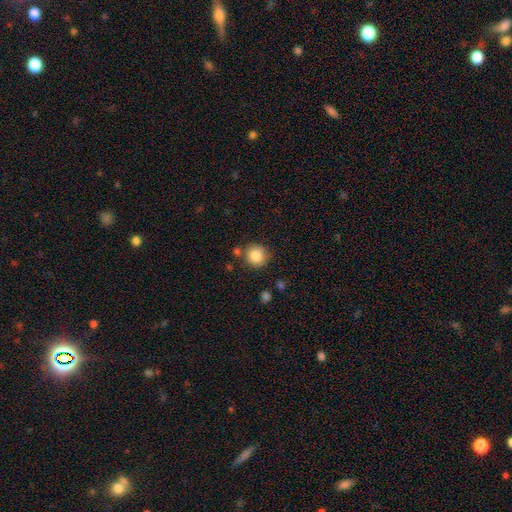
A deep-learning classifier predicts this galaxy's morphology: Smooth or featured?
  - smooth: 85% *
  - star or artifact: 9%
  - featured or disk: 5%
How rounded?
  - round: 91% *
  - in between: 8%
  - cigar-shaped: 1%
Merging?
  - none: 81% *
  - minor disturbance: 10%
  - merger: 6%
  - major disturbance: 3%